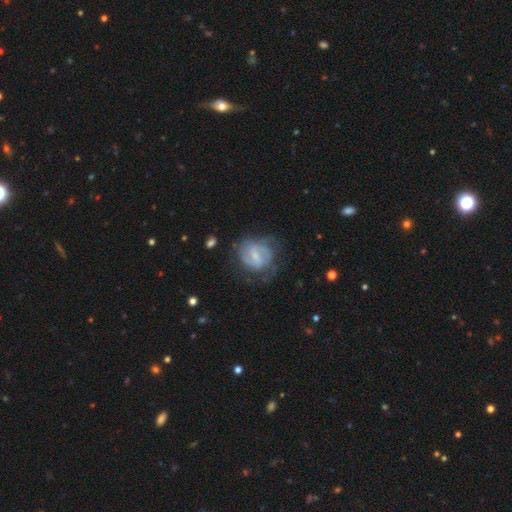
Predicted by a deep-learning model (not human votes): The model was most divided on "spiral winding" (2-way tie): tight: 42%, medium: 42%, loose: 16%. Remaining: edge-on disk — no (98%); spiral arms — yes (87%); smooth or featured — featured or disk (73%); bar — weak (59%); bulge size — small (55%); merging — none (55%); spiral arm count — 2 (48%).